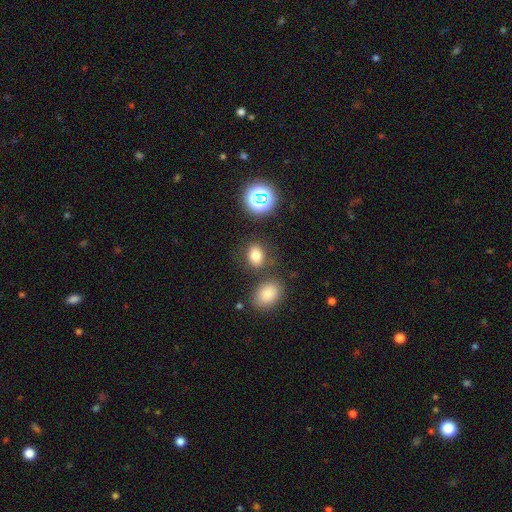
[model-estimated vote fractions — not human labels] Smooth or featured? Predicted: smooth (p=0.77). How rounded? Predicted: in between (p=0.62). Merging? Predicted: none (p=0.76).